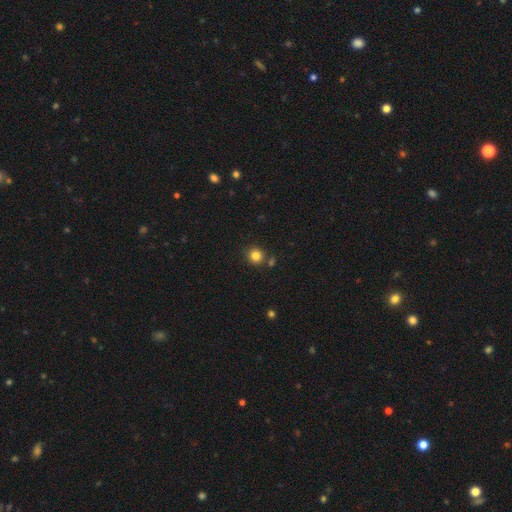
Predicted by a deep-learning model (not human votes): Morphology: type=smooth (83%); roundness=round (90%); merging=none (80%).